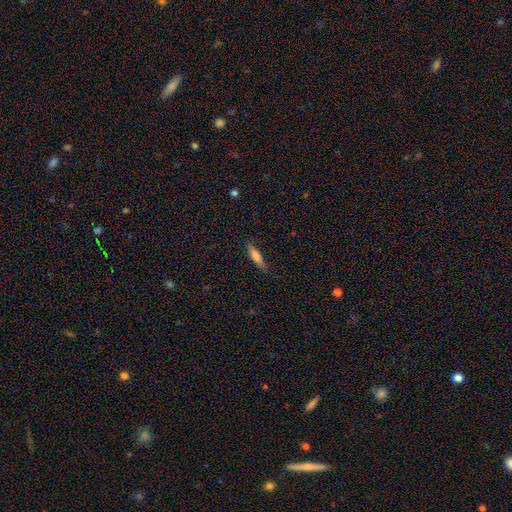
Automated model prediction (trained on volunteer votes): A smooth galaxy with no disk features (71%) that is cigar-shaped (75%). Merging: none (81%).